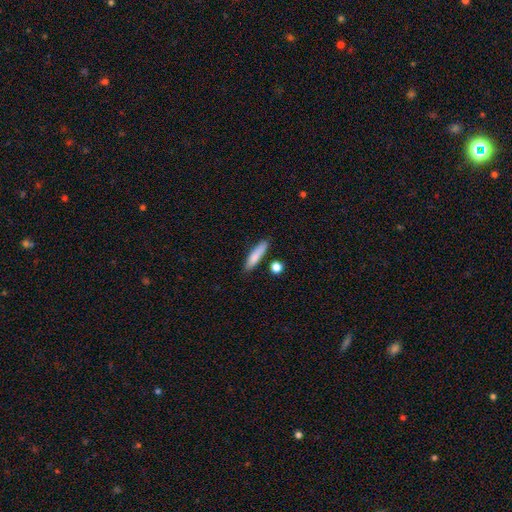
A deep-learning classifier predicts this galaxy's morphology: A smooth galaxy with no disk features (81%) that is cigar-shaped (80%). Merging: none (81%).